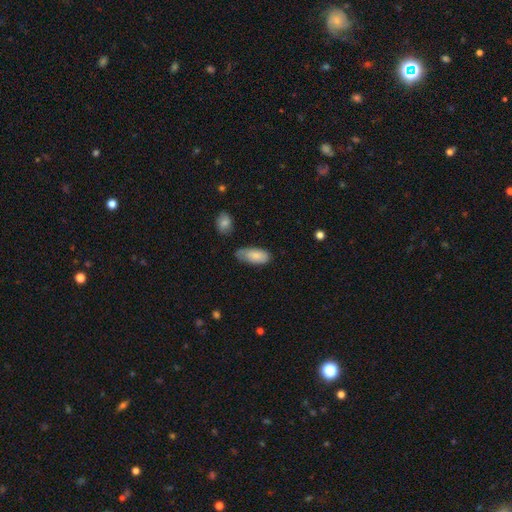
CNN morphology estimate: Overall: smooth (81%). How rounded: in between (89%). Merging: none (54%; minor disturbance 35%).